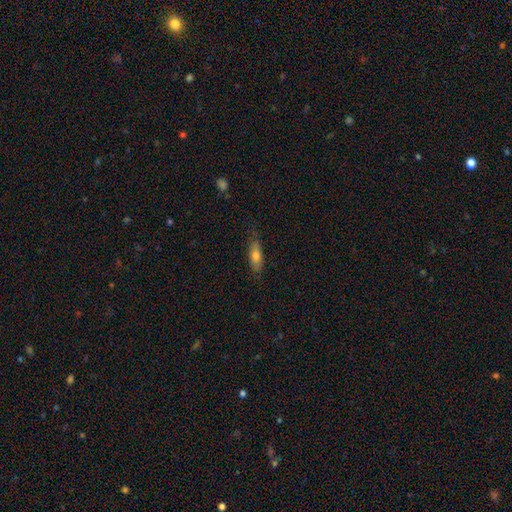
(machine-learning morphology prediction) smooth-or-featured: smooth: 71% | featured or disk: 22% | star or artifact: 7%
  how-rounded: in between: 63% | cigar-shaped: 34% | round: 2%
  merging: none: 74% | minor disturbance: 20% | major disturbance: 4% | merger: 1%